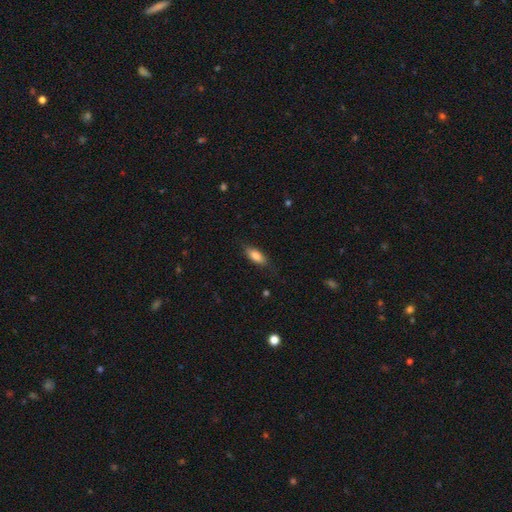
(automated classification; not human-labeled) Q: Smooth or featured?
A: smooth (81%); runner-up: featured or disk (13%)
Q: How rounded?
A: in between (77%); runner-up: cigar-shaped (20%)
Q: Merging?
A: none (80%); runner-up: minor disturbance (15%)